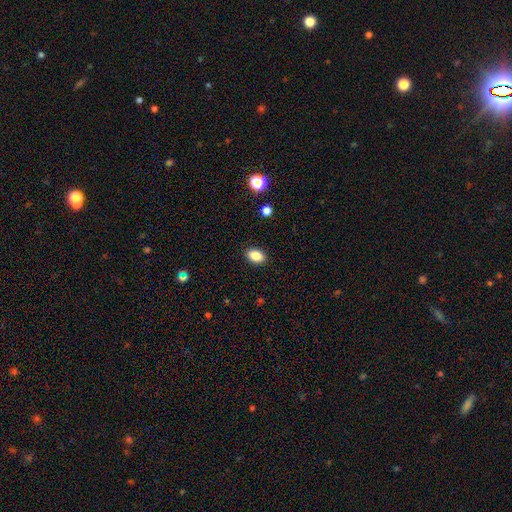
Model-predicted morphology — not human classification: smooth 87%, star or artifact 9%, featured or disk 5%. Down the decision tree: how rounded — in between (87%); merging — none (89%).